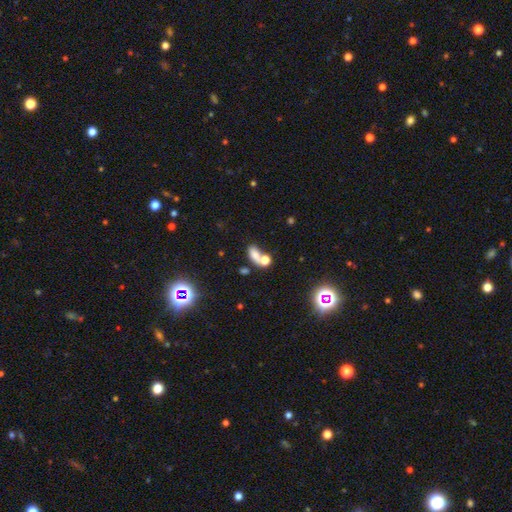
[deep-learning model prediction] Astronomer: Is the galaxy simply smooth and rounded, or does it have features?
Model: smooth — 69%.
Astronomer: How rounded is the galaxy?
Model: in between — 80%.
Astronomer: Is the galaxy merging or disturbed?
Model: merger — 56%.